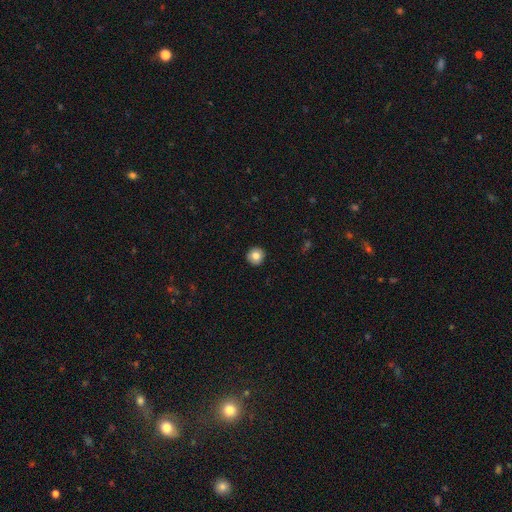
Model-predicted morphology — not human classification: Smooth or featured? Predicted: smooth (p=0.82). How rounded? Predicted: round (p=0.94). Merging? Predicted: none (p=0.93).